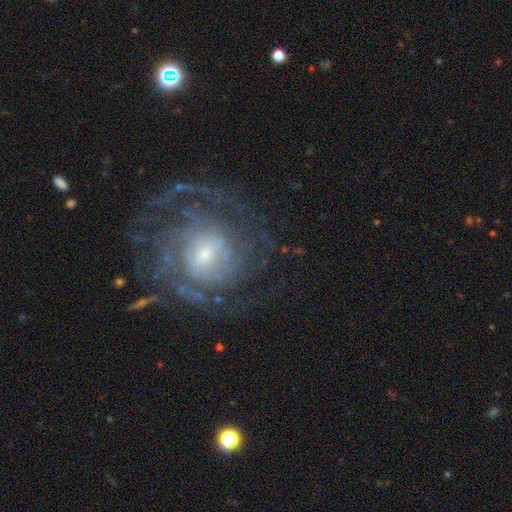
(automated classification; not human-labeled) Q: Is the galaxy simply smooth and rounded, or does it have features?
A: featured or disk — 84%.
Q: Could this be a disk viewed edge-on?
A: no — 97%.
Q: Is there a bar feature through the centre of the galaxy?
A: weak — 46%.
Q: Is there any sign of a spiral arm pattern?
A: yes — 94%.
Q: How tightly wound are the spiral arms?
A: tight — 63%.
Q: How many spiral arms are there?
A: can't tell — 38%.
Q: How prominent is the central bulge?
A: small — 59%.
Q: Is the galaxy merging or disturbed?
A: none — 72%.